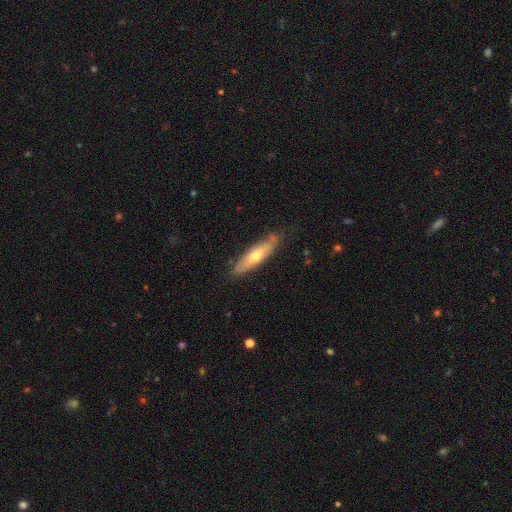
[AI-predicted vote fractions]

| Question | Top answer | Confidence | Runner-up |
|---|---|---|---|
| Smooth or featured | smooth | 53% | featured or disk (42%) |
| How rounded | cigar-shaped | 66% | in between (32%) |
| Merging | none | 78% | minor disturbance (17%) |